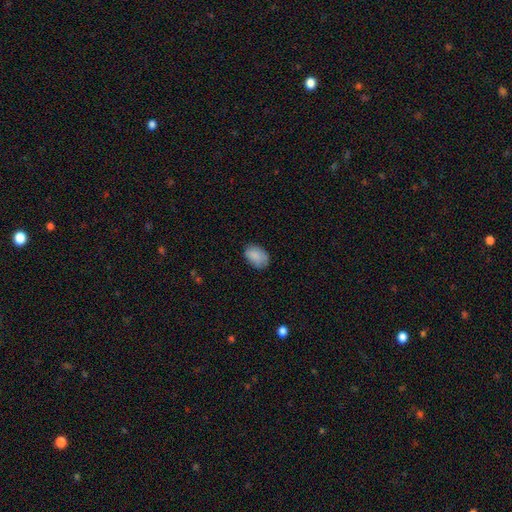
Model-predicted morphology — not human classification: smooth 86%, star or artifact 7%, featured or disk 7%. Down the decision tree: how rounded — in between (85%); merging — none (73%).